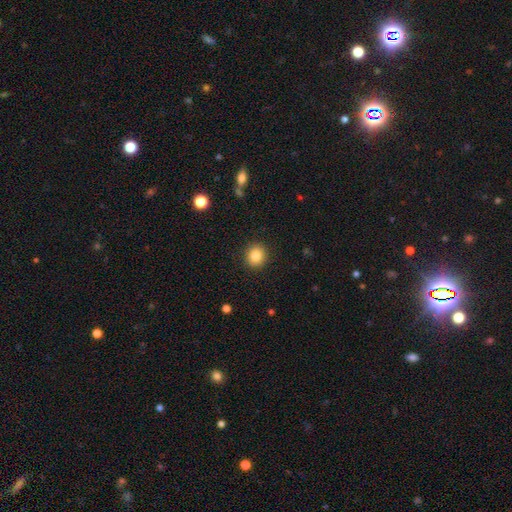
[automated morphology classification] Smooth or featured? smooth (85%)
How rounded? round (85%)
Merging? none (91%)